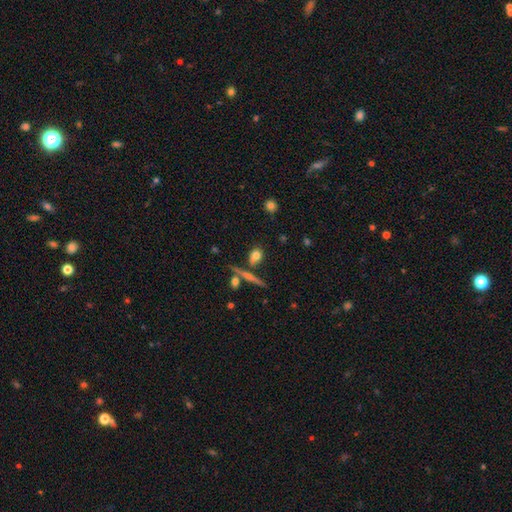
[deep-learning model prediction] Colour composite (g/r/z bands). It shows a smooth galaxy with no disk features (76%) that is round (50%). Merging: none (70%).